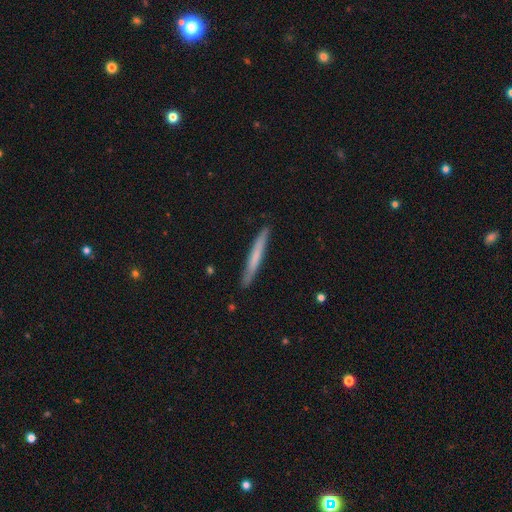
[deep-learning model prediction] This is likely a smooth galaxy (62%). How rounded: clearly cigar-shaped (97%). Merging: clearly none (89%).